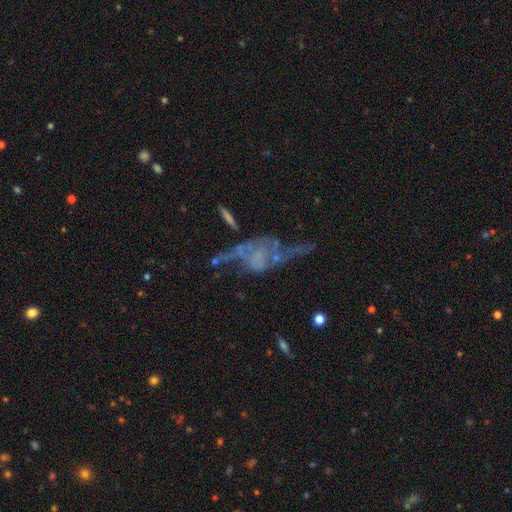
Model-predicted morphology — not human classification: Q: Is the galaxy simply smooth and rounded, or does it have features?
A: featured or disk — 65%.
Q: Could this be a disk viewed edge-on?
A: no — 83%.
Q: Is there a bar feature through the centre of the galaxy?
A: no — 79%.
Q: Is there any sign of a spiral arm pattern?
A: no — 66%.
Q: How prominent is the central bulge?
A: none — 75%.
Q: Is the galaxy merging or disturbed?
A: major disturbance — 39%.